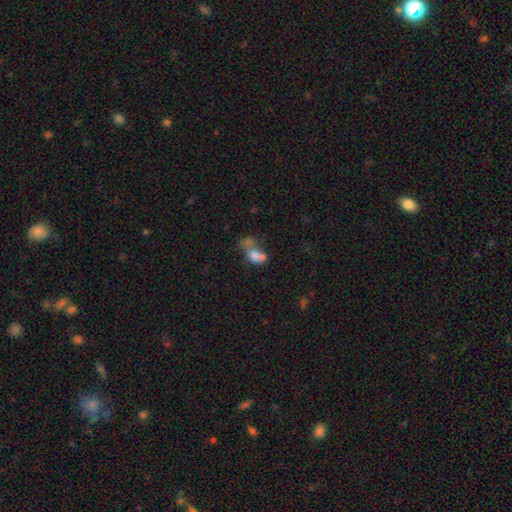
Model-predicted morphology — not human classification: This is likely a smooth galaxy (67%). How rounded: likely in between (66%). Merging: possibly merger (57%).